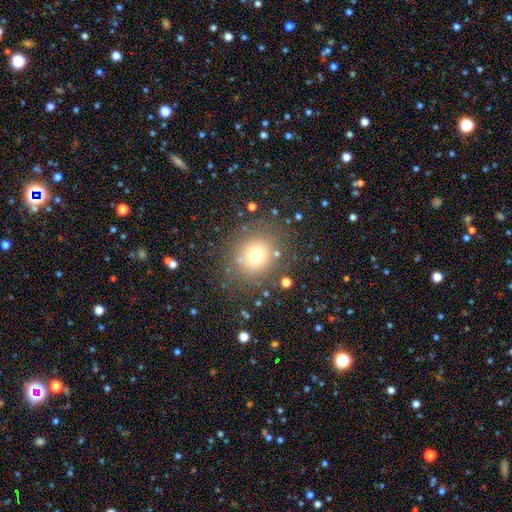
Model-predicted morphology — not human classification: Smooth or featured: smooth — 70% (star or artifact — 18%)
How rounded: round — 82% (in between — 17%)
Merging: none — 81% (minor disturbance — 10%)